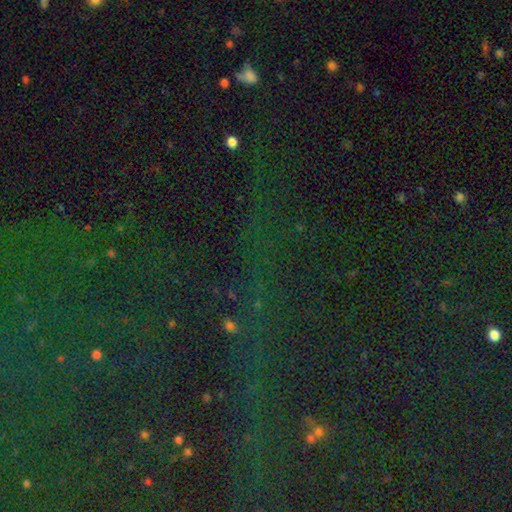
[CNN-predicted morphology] Q: Smooth or featured?
A: star or artifact (79%); runner-up: smooth (12%)